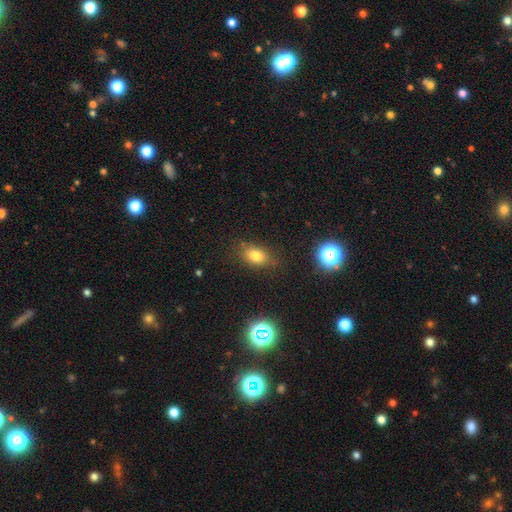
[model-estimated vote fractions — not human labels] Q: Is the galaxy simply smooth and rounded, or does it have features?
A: smooth — 75%.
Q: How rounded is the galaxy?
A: in between — 77%.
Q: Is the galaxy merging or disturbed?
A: none — 79%.